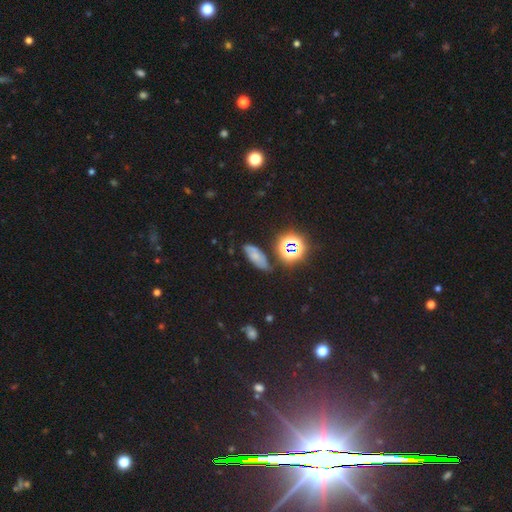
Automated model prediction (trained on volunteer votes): Smooth or featured?
  - smooth: 52% *
  - star or artifact: 27%
  - featured or disk: 22%
How rounded?
  - in between: 77% *
  - cigar-shaped: 14%
  - round: 9%
Merging?
  - none: 70% *
  - minor disturbance: 20%
  - major disturbance: 6%
  - merger: 4%